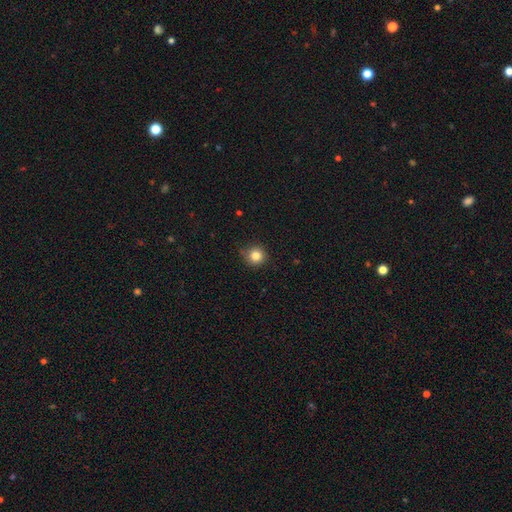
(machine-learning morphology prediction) This appears to be a smooth galaxy with no disk features (83%) that is round (94%). Merging: none (84%).